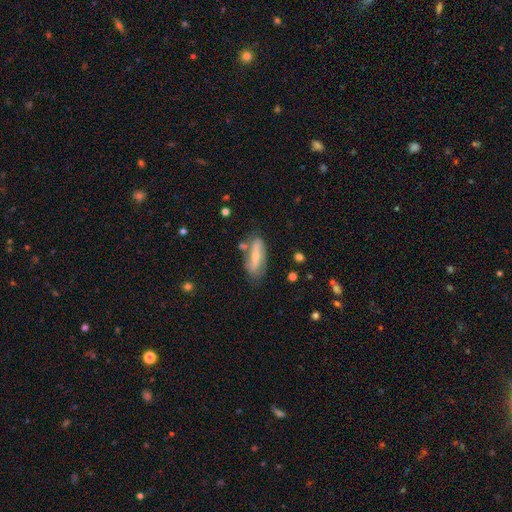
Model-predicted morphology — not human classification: Smooth or featured? featured or disk (62%)
Edge-on disk? no (78%)
Merging? none (67%)